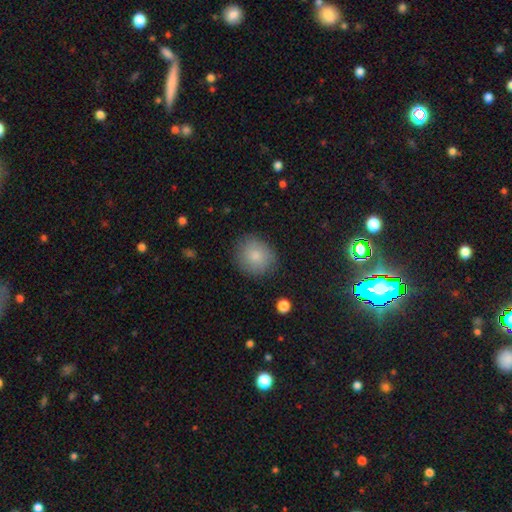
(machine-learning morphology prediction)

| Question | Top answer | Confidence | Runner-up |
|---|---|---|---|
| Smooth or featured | smooth | 83% | featured or disk (9%) |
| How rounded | round | 78% | in between (21%) |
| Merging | none | 83% | minor disturbance (13%) |